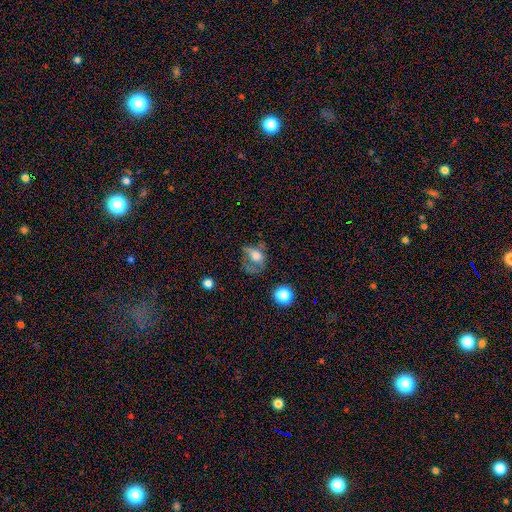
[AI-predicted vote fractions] Overall: smooth (50%; featured or disk 36%). Merging: major disturbance (44%; none 30%).